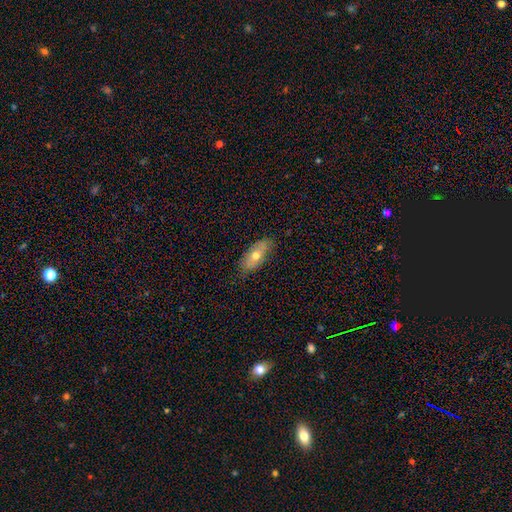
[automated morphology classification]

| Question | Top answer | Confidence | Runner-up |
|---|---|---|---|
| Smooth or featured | smooth | 59% | featured or disk (34%) |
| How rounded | in between | 85% | cigar-shaped (11%) |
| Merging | none | 80% | minor disturbance (16%) |